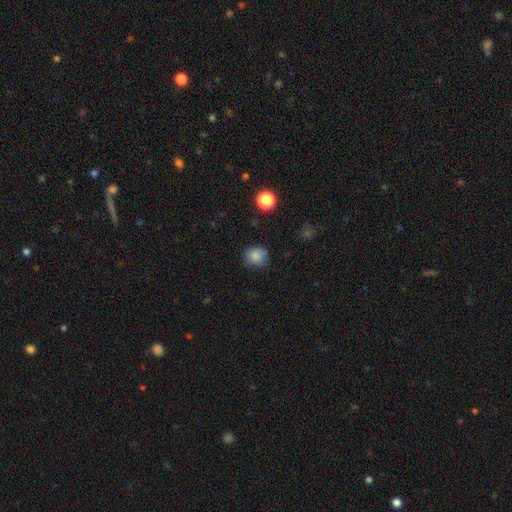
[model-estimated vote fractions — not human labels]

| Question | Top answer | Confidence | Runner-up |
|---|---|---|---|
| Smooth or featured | smooth | 84% | star or artifact (11%) |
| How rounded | round | 81% | in between (18%) |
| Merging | none | 76% | minor disturbance (18%) |